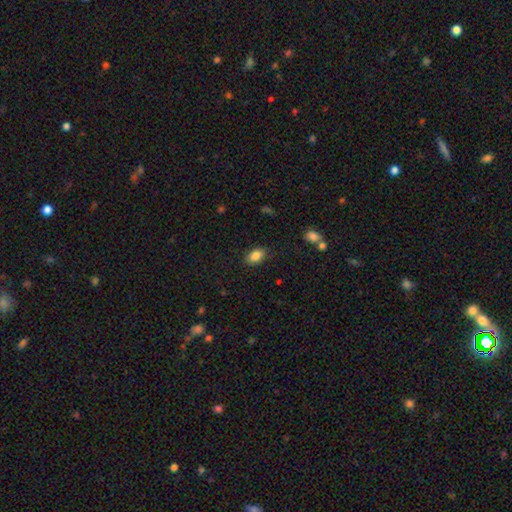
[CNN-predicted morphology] Smooth or featured: smooth — 86% (star or artifact — 8%)
How rounded: in between — 87% (round — 12%)
Merging: none — 84% (minor disturbance — 11%)